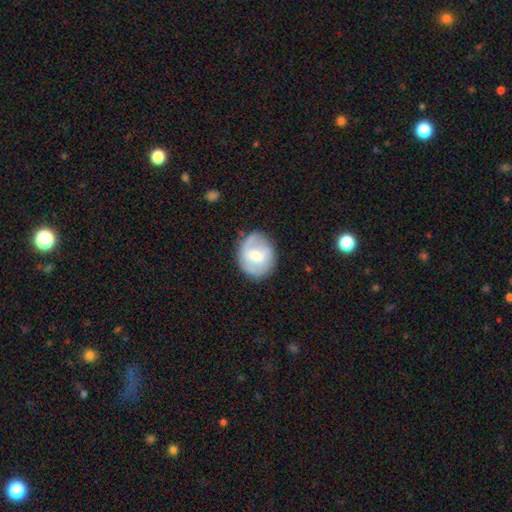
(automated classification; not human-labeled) smooth-or-featured: smooth: 49% | featured or disk: 44% | star or artifact: 7%
  merging: none: 74% | minor disturbance: 18% | major disturbance: 6% | merger: 2%